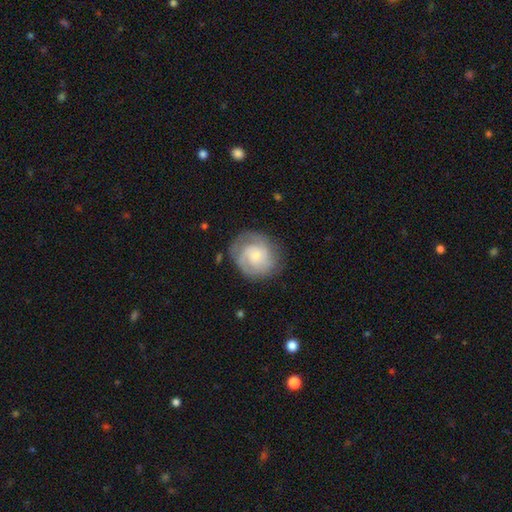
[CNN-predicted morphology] Overall: featured or disk (67%). Edge-on disk: no (98%). Bar: no (68%; weak 28%). Spiral arms: yes (92%). Spiral arm count: 2 (33%; can't tell 28%). Spiral winding: tight (56%; medium 34%). Bulge size: small (54%; moderate 30%). Merging: none (73%).